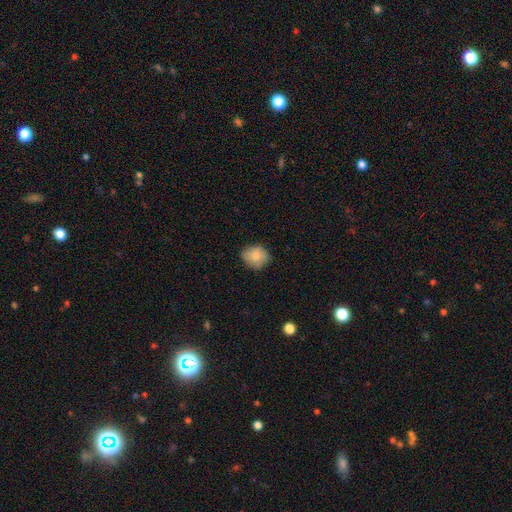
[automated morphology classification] smooth 80%, featured or disk 12%, star or artifact 8%. Down the decision tree: how rounded — round (74%); merging — none (77%).